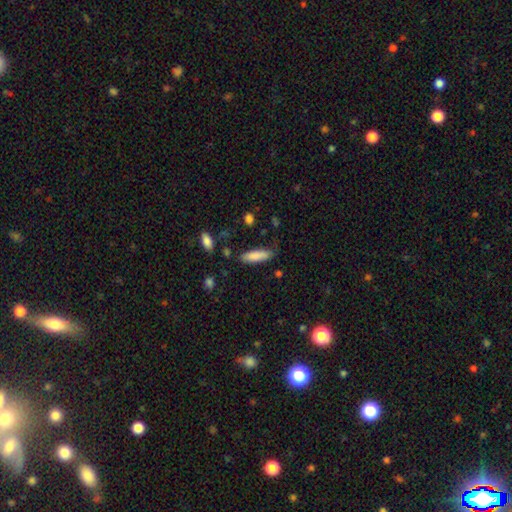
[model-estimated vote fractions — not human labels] smooth 84%, featured or disk 10%, star or artifact 6%. Down the decision tree: how rounded — cigar-shaped (61%); merging — none (76%).